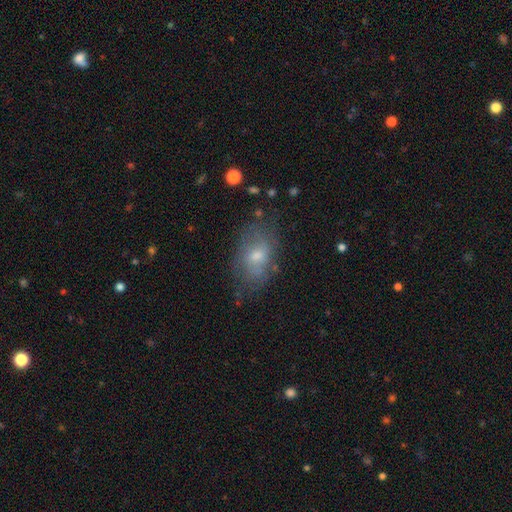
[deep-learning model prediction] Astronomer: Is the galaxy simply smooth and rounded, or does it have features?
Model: smooth — 53% (runner-up: featured or disk, 37%).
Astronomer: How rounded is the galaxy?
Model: in between — 85%.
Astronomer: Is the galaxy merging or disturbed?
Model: none — 64%.